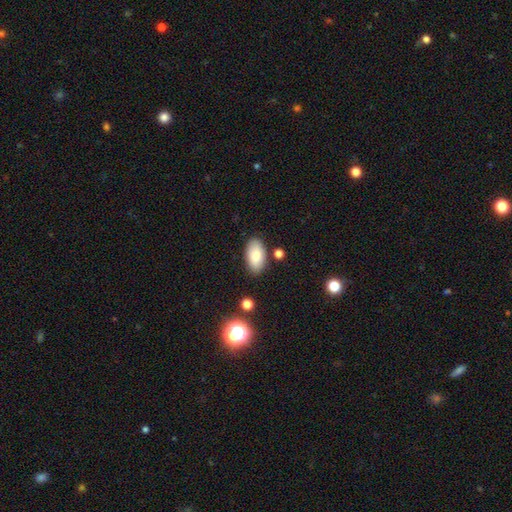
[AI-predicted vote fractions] Smooth or featured?
  - smooth: 83% *
  - featured or disk: 10%
  - star or artifact: 7%
How rounded?
  - in between: 94% *
  - round: 3%
  - cigar-shaped: 2%
Merging?
  - none: 84% *
  - minor disturbance: 11%
  - merger: 3%
  - major disturbance: 3%